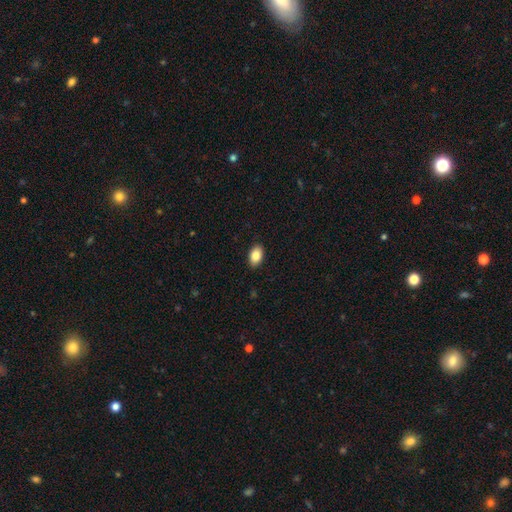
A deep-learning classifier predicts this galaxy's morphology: The model was most divided on "smooth or featured": smooth: 85%, star or artifact: 8%, featured or disk: 8%. More confident: merging — none (90%); how rounded — in between (90%).